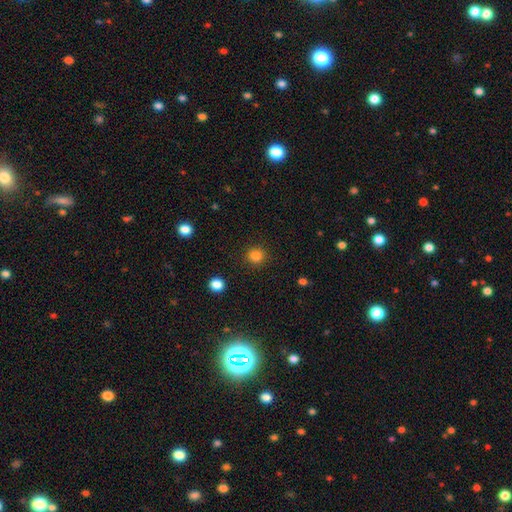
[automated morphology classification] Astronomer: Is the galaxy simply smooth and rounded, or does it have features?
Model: smooth — 84%.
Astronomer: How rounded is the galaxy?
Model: round — 92%.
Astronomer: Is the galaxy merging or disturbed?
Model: none — 90%.